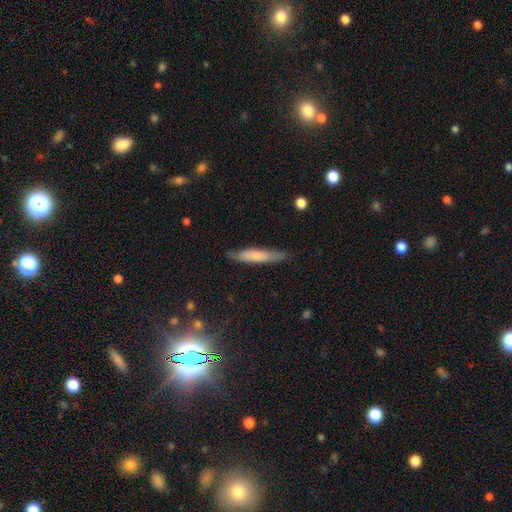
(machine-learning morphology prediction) Smooth or featured: smooth — 65% (featured or disk — 29%)
How rounded: cigar-shaped — 88% (in between — 10%)
Merging: none — 83% (minor disturbance — 14%)